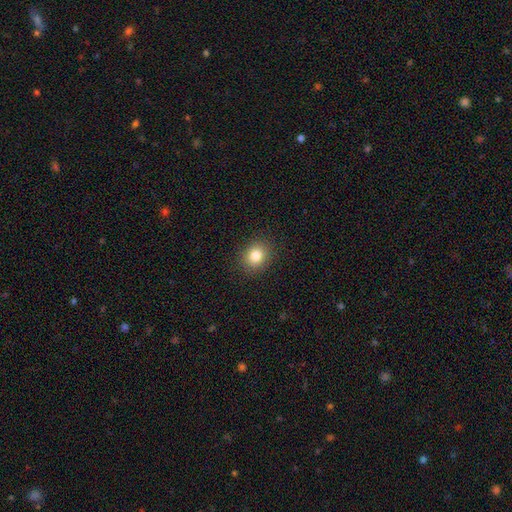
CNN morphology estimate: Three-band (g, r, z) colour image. It shows a smooth galaxy with no disk features (83%) that is round (64%). Merging: none (89%).